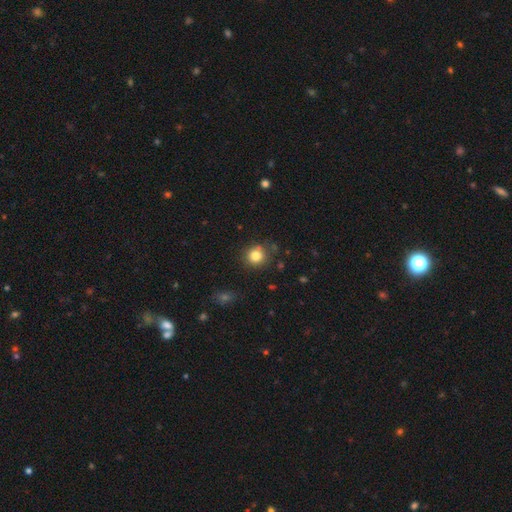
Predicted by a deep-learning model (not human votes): Q: Smooth or featured?
A: smooth (82%); runner-up: star or artifact (12%)
Q: How rounded?
A: round (88%); runner-up: in between (11%)
Q: Merging?
A: none (82%); runner-up: minor disturbance (12%)